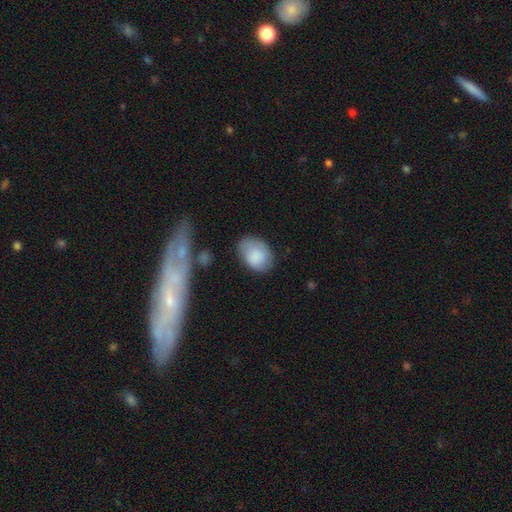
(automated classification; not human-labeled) The model was most divided on "merging": none: 65%, minor disturbance: 25%, major disturbance: 7%, merger: 3%. More confident: smooth or featured — smooth (80%); how rounded — in between (74%).